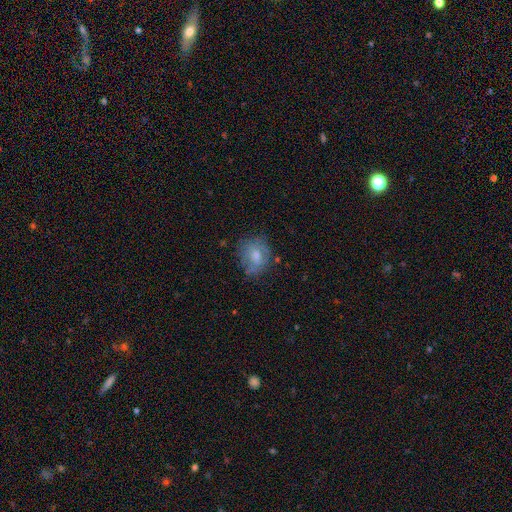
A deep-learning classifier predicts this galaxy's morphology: Smooth or featured? Predicted: smooth (p=0.61). How rounded? Predicted: round (p=0.61). Merging? Predicted: none (p=0.63).